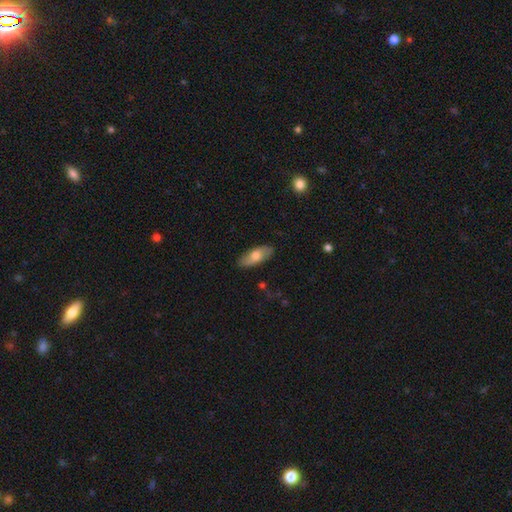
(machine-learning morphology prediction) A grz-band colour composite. It shows a smooth galaxy with no disk features (67%) that is in between round and cigar-shaped (79%). Merging: none (85%).